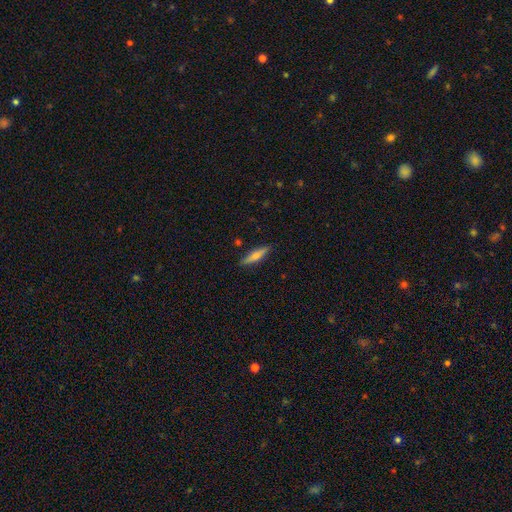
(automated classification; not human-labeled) Overall: smooth (55%; featured or disk 39%). How rounded: cigar-shaped (80%). Merging: none (88%).